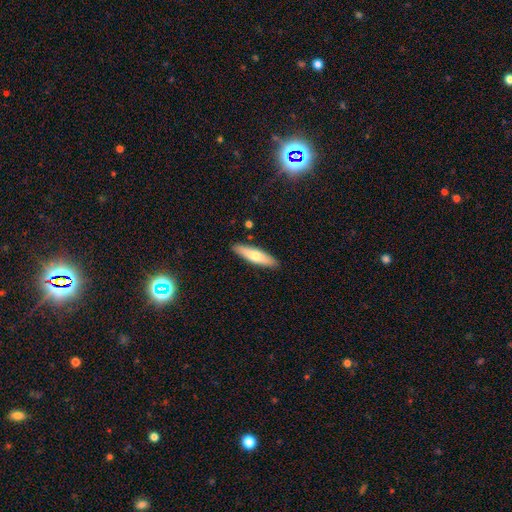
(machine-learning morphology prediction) Q: Smooth or featured?
A: smooth (67%); runner-up: featured or disk (27%)
Q: How rounded?
A: cigar-shaped (71%); runner-up: in between (27%)
Q: Merging?
A: none (89%); runner-up: minor disturbance (8%)